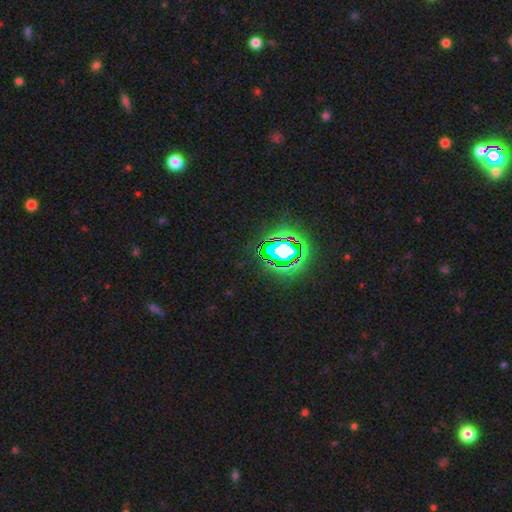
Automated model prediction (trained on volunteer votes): This appears to be a star or artifact, not a galaxy (80%).